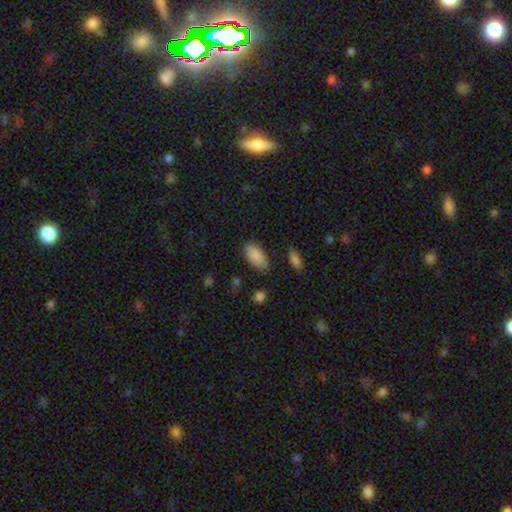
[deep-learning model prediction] Smooth or featured: smooth — 87% (star or artifact — 7%)
How rounded: in between — 94% (cigar-shaped — 3%)
Merging: none — 82% (minor disturbance — 12%)